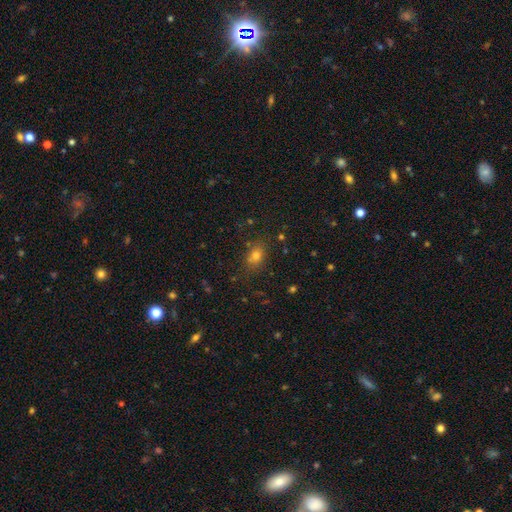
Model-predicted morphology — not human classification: Overall: smooth (70%). How rounded: in between (61%; round 36%). Merging: none (76%).